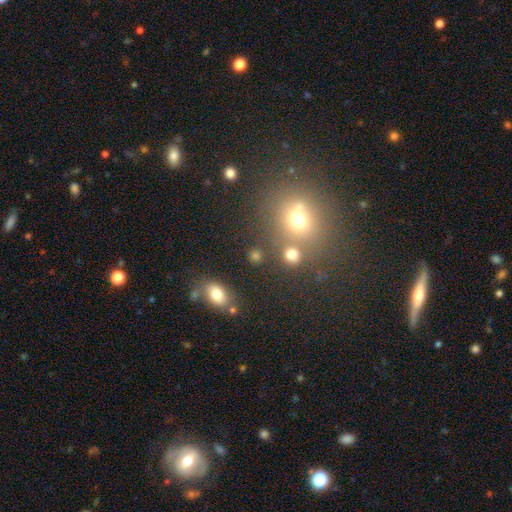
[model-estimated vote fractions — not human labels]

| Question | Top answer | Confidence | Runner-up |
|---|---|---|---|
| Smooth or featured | smooth | 66% | star or artifact (23%) |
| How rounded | round | 55% | in between (43%) |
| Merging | none | 71% | merger (13%) |